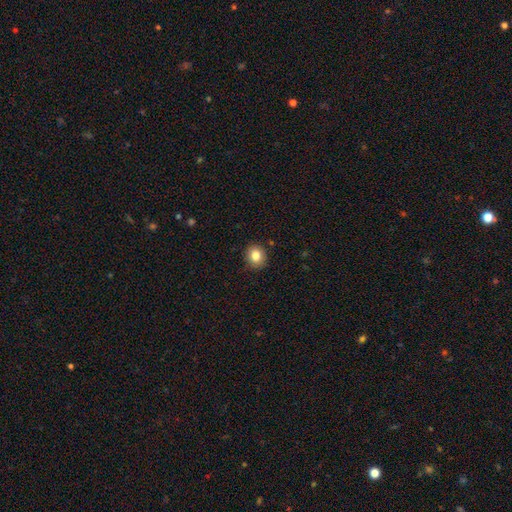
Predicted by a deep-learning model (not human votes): This appears to be a smooth galaxy with no disk features (83%) that is round (75%). Merging: none (89%).